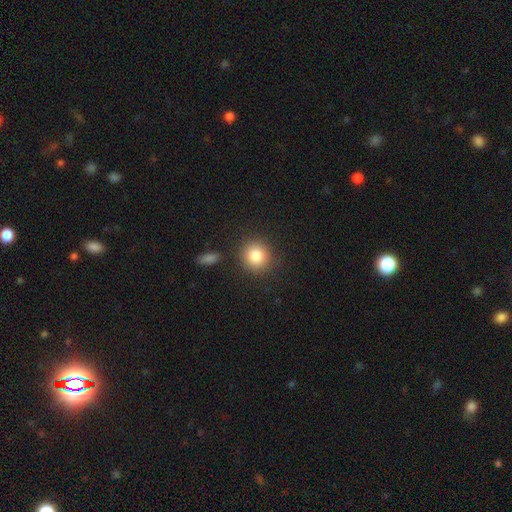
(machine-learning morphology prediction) smooth_or_featured: smooth (p=0.83) [alt: star or artifact p=0.10]
how_rounded: round (p=0.90) [alt: in between p=0.09]
merging: none (p=0.86) [alt: minor disturbance p=0.08]